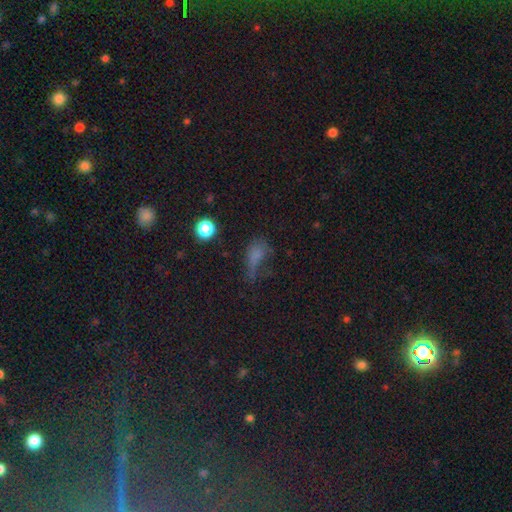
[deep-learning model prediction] Overall: smooth (56%; star or artifact 28%). How rounded: in between (64%). Merging: major disturbance (38%; none 32%).